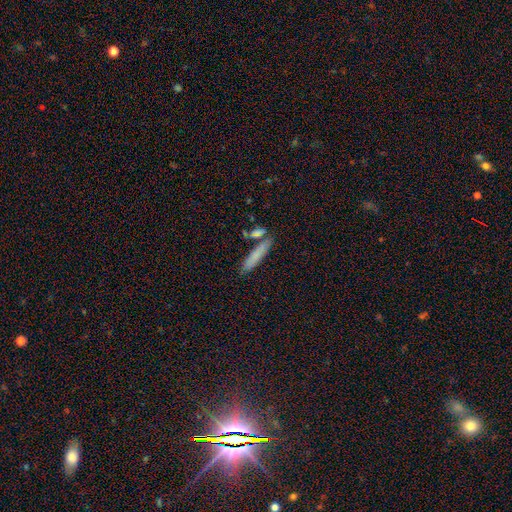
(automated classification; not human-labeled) This is likely a smooth galaxy (78%). How rounded: clearly cigar-shaped (86%). Merging: likely none (74%).